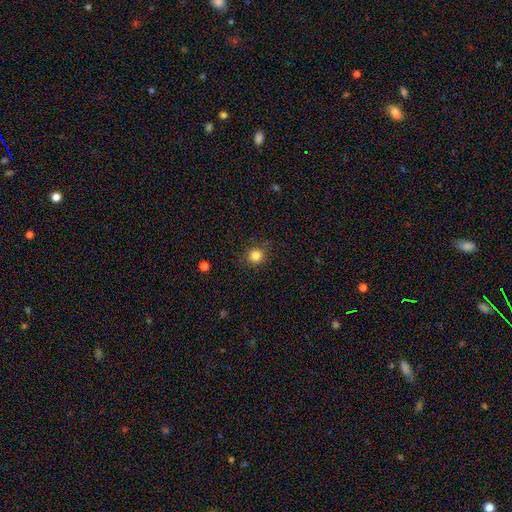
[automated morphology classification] A smooth galaxy with no disk features (82%) that is round (88%). Merging: none (85%).